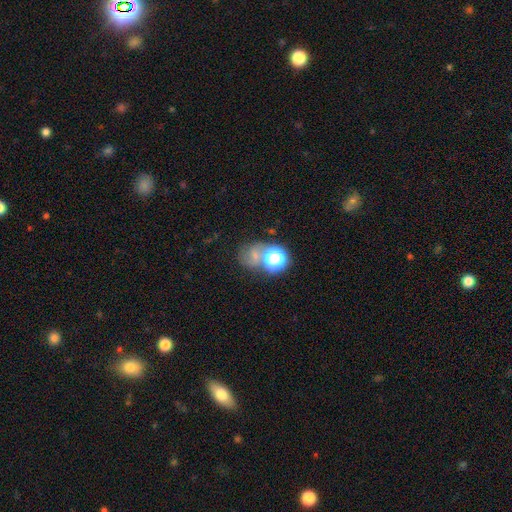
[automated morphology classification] Q: Smooth or featured?
A: smooth (51%); runner-up: star or artifact (29%)
Q: How rounded?
A: round (68%); runner-up: in between (31%)
Q: Merging?
A: none (43%); runner-up: merger (27%)